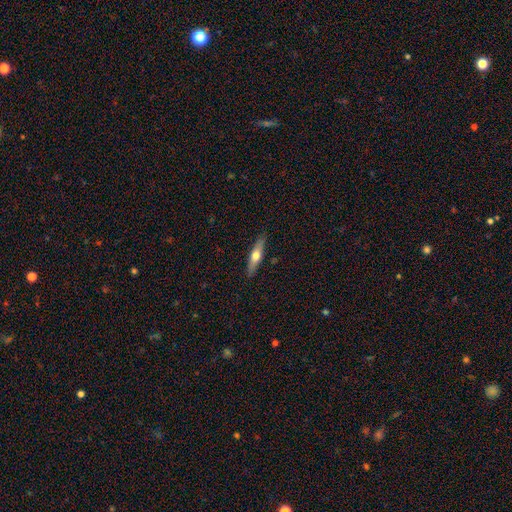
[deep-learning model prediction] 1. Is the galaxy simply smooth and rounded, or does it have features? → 48% featured or disk, 46% smooth, 6% star or artifact.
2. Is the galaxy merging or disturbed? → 89% none, 9% minor disturbance, 2% major disturbance, 1% merger.